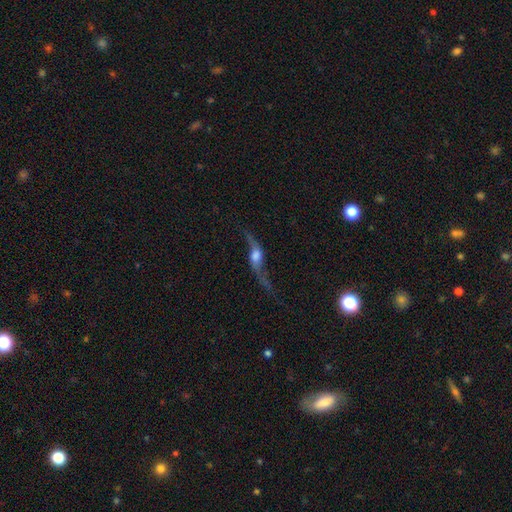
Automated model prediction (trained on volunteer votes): Q: Smooth or featured?
A: featured or disk (76%); runner-up: smooth (16%)
Q: Edge-on disk?
A: no (56%); runner-up: yes (44%)
Q: Merging?
A: none (56%); runner-up: major disturbance (22%)